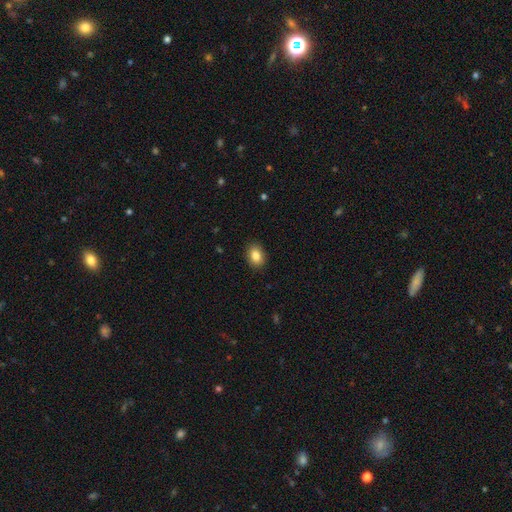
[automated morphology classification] Smooth or featured: smooth — 85% (star or artifact — 8%)
How rounded: in between — 76% (round — 22%)
Merging: none — 89% (minor disturbance — 8%)